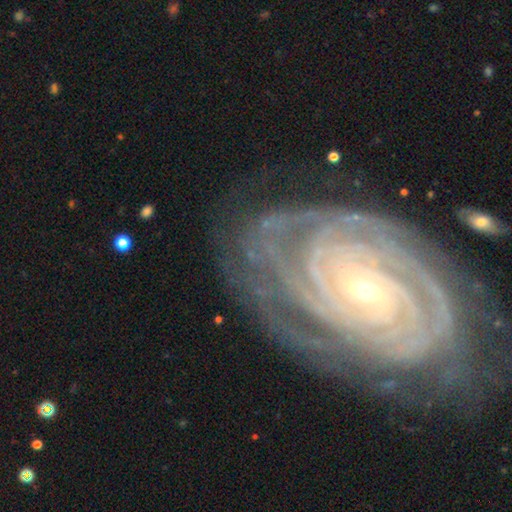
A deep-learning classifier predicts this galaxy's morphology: A featured or disk galaxy (87%) with no bar (45%), tight (80%) spiral arms (97%) and a small central bulge (78%). Merging: none (71%).